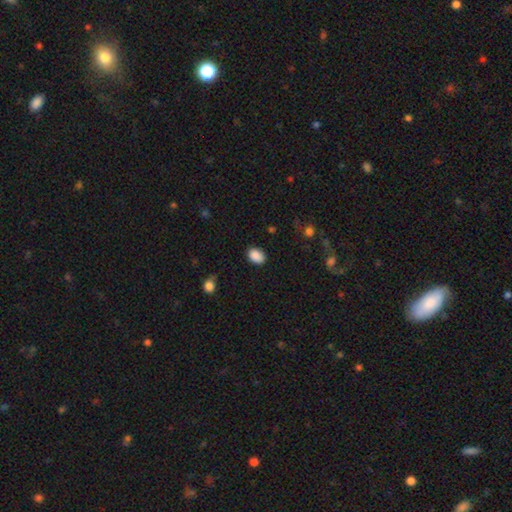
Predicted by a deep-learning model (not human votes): Smooth or featured: smooth — 89% (star or artifact — 8%)
How rounded: in between — 79% (round — 20%)
Merging: none — 85% (minor disturbance — 11%)